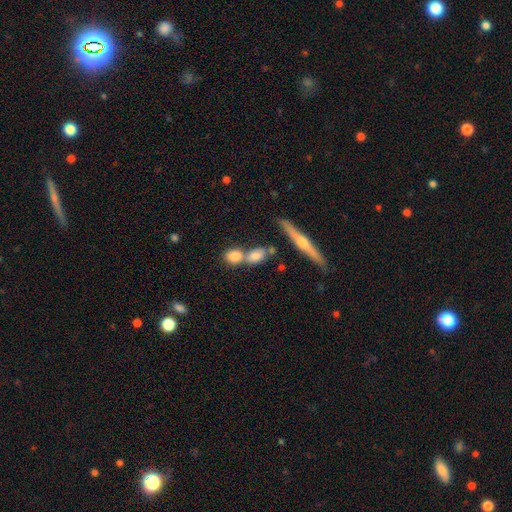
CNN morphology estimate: Smooth or featured? Predicted: smooth (p=0.70). How rounded? Predicted: in between (p=0.55). Merging? Predicted: merger (p=0.45).